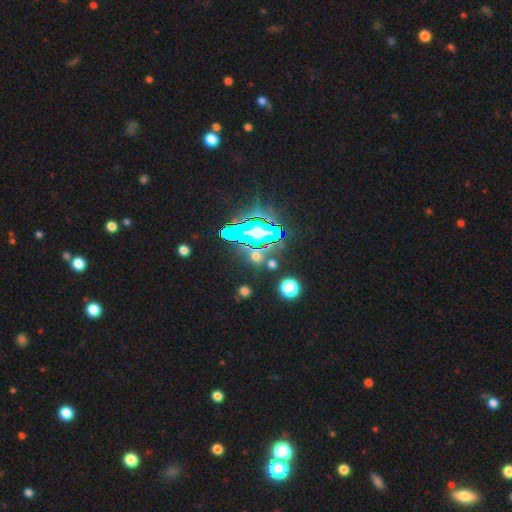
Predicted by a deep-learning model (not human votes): smooth-or-featured: star or artifact: 56% | smooth: 34% | featured or disk: 10%